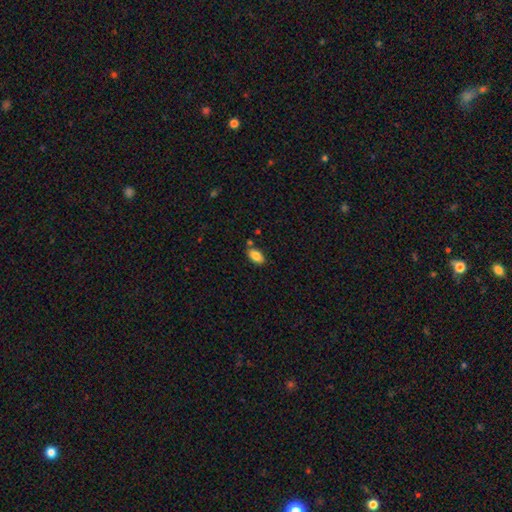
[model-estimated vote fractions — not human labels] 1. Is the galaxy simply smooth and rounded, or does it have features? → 85% smooth, 8% star or artifact, 7% featured or disk.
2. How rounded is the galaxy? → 93% in between, 5% round, 3% cigar-shaped.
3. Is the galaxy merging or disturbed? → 77% none, 13% minor disturbance, 7% merger, 3% major disturbance.